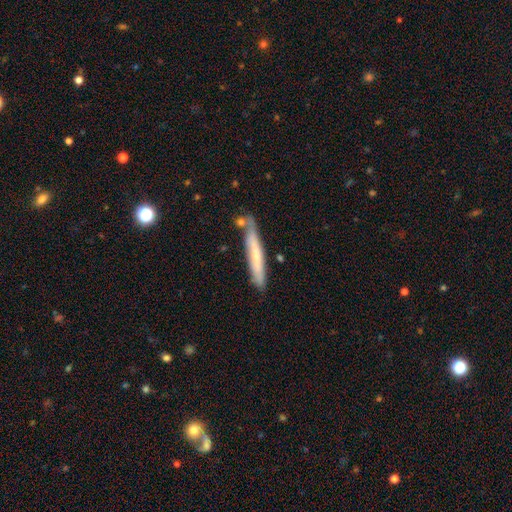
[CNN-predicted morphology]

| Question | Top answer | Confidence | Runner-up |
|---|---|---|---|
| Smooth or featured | smooth | 57% | featured or disk (37%) |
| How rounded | cigar-shaped | 95% | in between (4%) |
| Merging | none | 73% | minor disturbance (16%) |